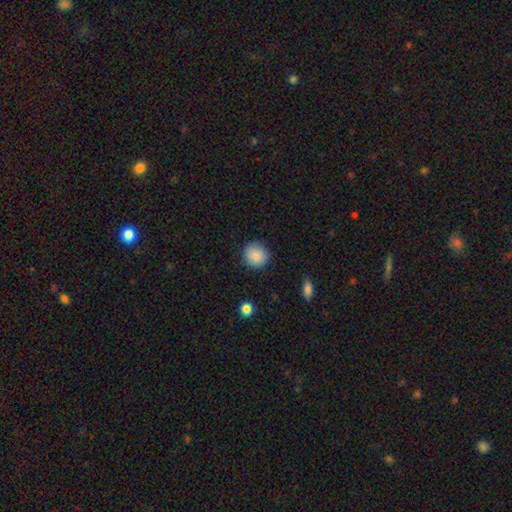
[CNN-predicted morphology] This appears to be a smooth galaxy with no disk features (89%) that is round (92%). Merging: none (89%).